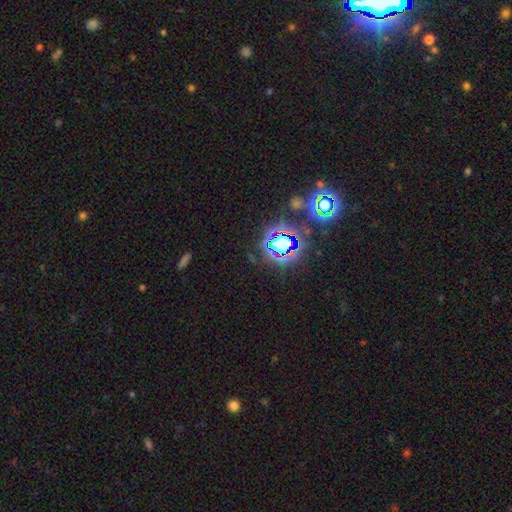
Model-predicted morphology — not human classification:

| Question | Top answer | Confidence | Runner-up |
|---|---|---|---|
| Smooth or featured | star or artifact | 78% | smooth (13%) |